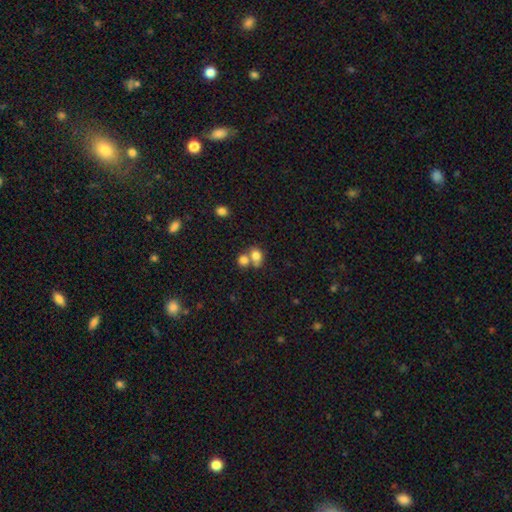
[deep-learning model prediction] Overall: smooth (78%). How rounded: in between (53%; round 45%). Merging: merger (52%; none 35%).